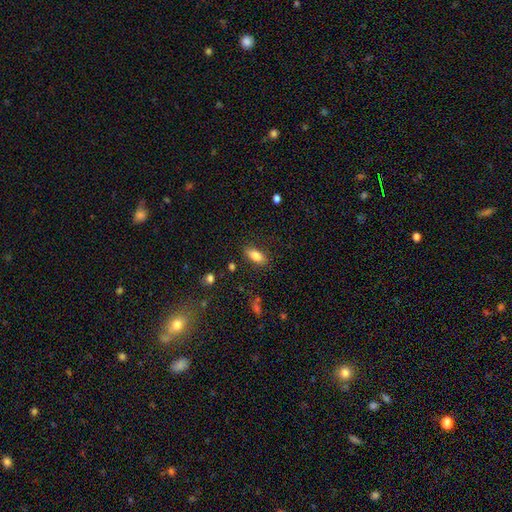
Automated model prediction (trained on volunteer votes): Q: Smooth or featured?
A: smooth (80%); runner-up: featured or disk (12%)
Q: How rounded?
A: in between (80%); runner-up: cigar-shaped (18%)
Q: Merging?
A: none (84%); runner-up: minor disturbance (12%)